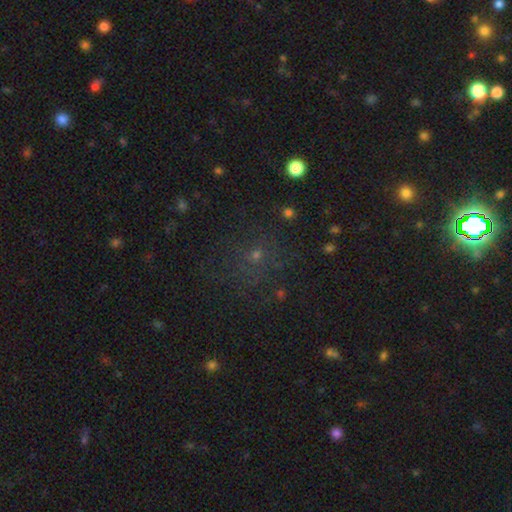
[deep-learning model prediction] A smooth galaxy with no disk features (47%). Merging: none (75%).